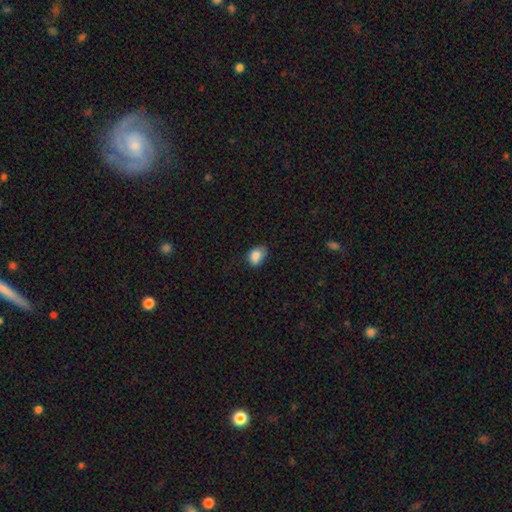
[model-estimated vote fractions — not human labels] Overall: smooth (85%). How rounded: in between (71%). Merging: none (58%; minor disturbance 34%).